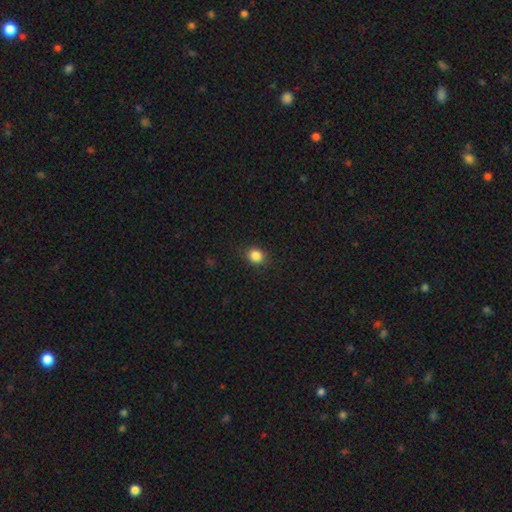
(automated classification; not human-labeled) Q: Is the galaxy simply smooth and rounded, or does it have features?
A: smooth — 85%.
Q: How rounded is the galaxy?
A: round — 74%.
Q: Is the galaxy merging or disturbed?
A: none — 88%.